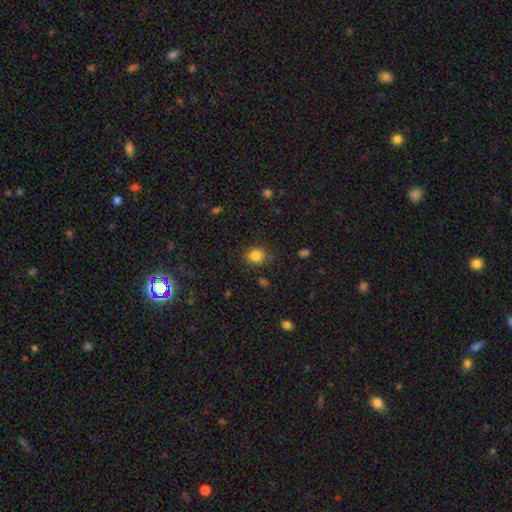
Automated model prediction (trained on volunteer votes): This appears to be a smooth galaxy with no disk features (84%) that is round (69%). Merging: none (81%).